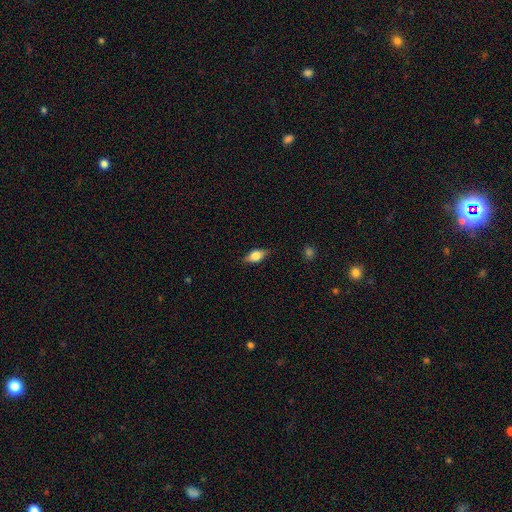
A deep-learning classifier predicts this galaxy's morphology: type=smooth (66%); roundness=in between (82%); merging=none (80%).